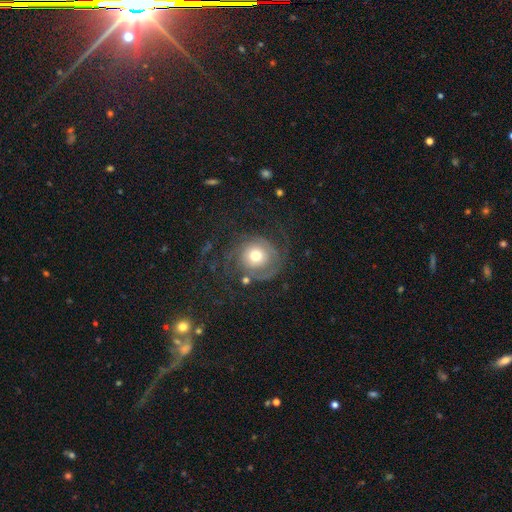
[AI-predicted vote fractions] Morphology: type=featured or disk (60%); edge-on=no (97%); bar=no (84%); spiral arms=yes (81%); bulge=moderate (64%); merging=none (56%).